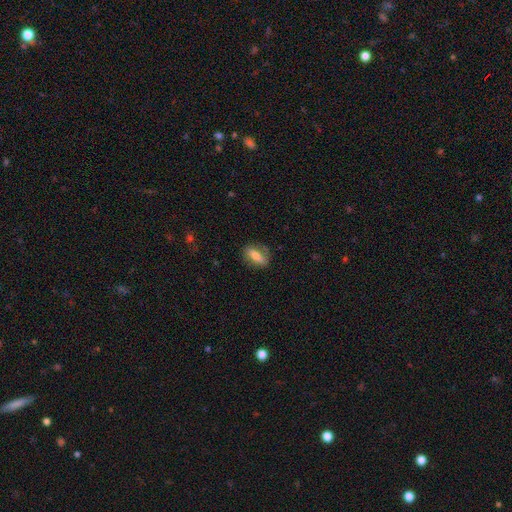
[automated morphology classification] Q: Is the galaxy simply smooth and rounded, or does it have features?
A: smooth — 57%.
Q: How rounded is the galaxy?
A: in between — 71%.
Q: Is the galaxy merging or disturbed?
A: none — 71%.